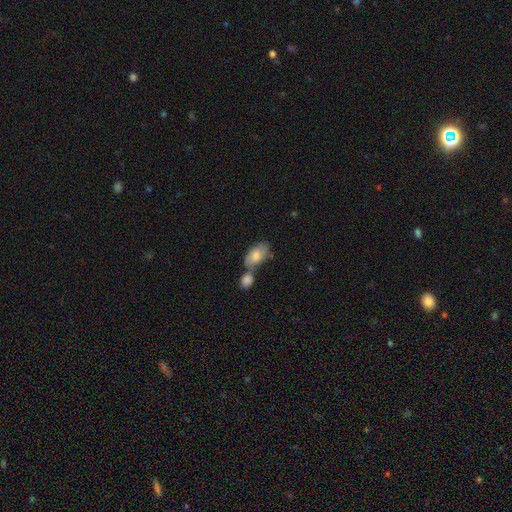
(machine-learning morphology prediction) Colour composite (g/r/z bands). It shows a smooth galaxy with no disk features (68%) that is in between round and cigar-shaped (90%). Merging: merger (52%).